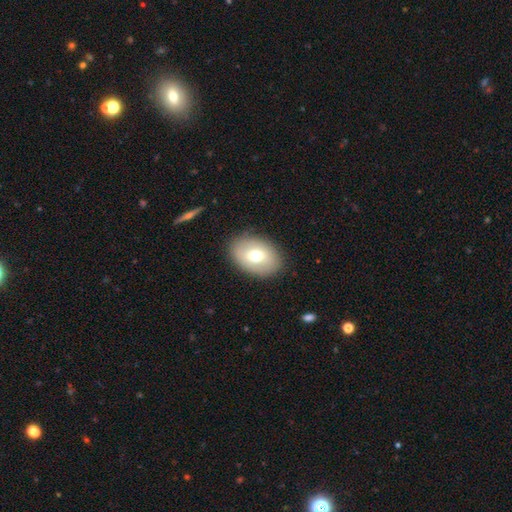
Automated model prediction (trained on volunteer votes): Smooth or featured?
  - smooth: 68% *
  - featured or disk: 24%
  - star or artifact: 8%
How rounded?
  - in between: 79% *
  - round: 20%
  - cigar-shaped: 1%
Merging?
  - none: 87% *
  - minor disturbance: 10%
  - major disturbance: 3%
  - merger: 1%